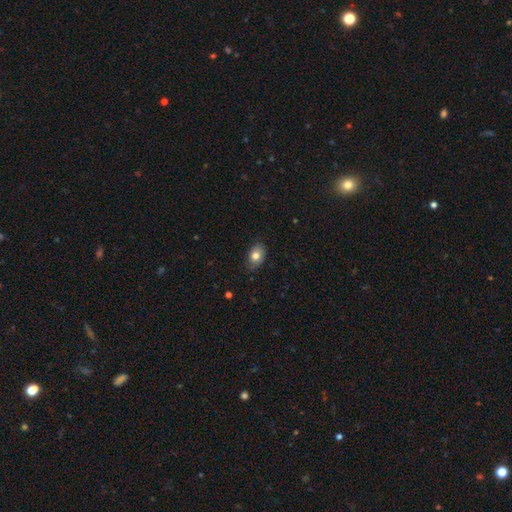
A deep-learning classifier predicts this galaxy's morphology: smooth-or-featured: smooth: 77% | featured or disk: 14% | star or artifact: 8%
  how-rounded: in between: 83% | round: 16% | cigar-shaped: 1%
  merging: none: 80% | minor disturbance: 16% | major disturbance: 3% | merger: 1%